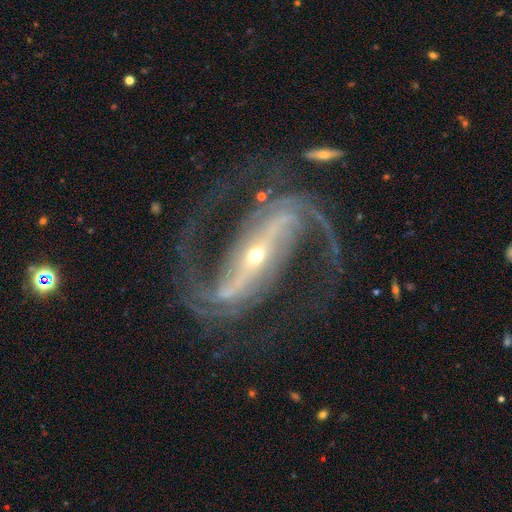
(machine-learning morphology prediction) Smooth or featured? Predicted: featured or disk (p=0.93). Edge-on disk? Predicted: no (p=0.96). Bar? Predicted: strong (p=0.79). Spiral arms? Predicted: yes (p=0.98). Spiral winding? Predicted: medium (p=0.57). Spiral arm count? Predicted: 2 (p=0.91). Bulge size? Predicted: small (p=0.71). Merging? Predicted: none (p=0.74).